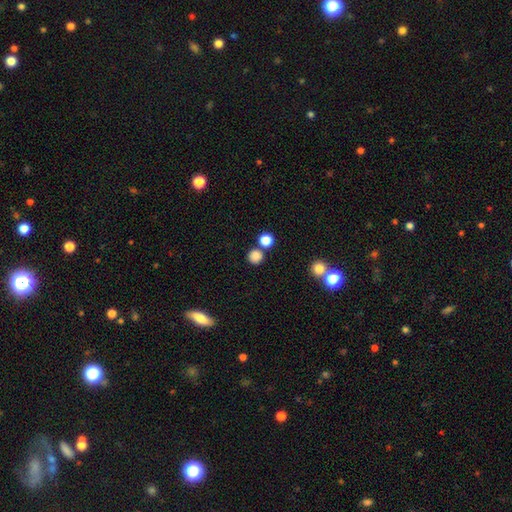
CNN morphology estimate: A smooth galaxy with no disk features (82%) that is round (92%). Merging: none (73%).